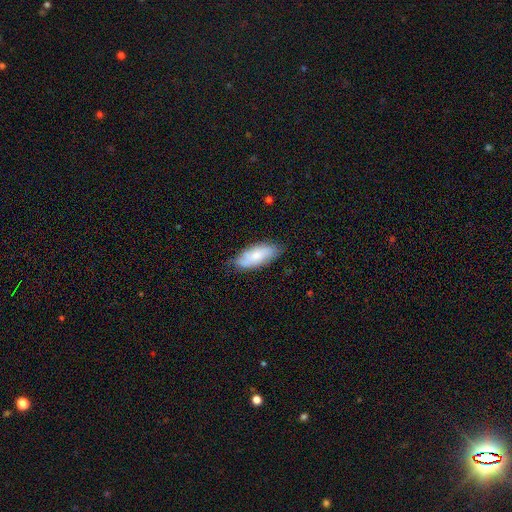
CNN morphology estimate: This is likely a smooth galaxy (64%). How rounded: clearly in between (84%). Merging: likely none (71%).